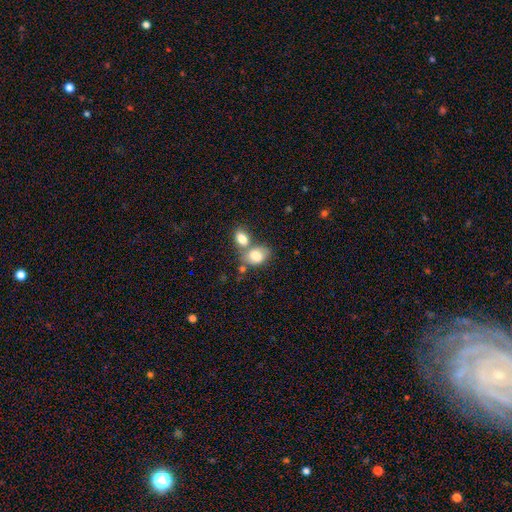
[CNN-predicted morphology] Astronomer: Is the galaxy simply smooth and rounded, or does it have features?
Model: smooth — 79%.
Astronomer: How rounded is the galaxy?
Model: in between — 77%.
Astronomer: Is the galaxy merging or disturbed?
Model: merger — 50% (runner-up: none, 34%).